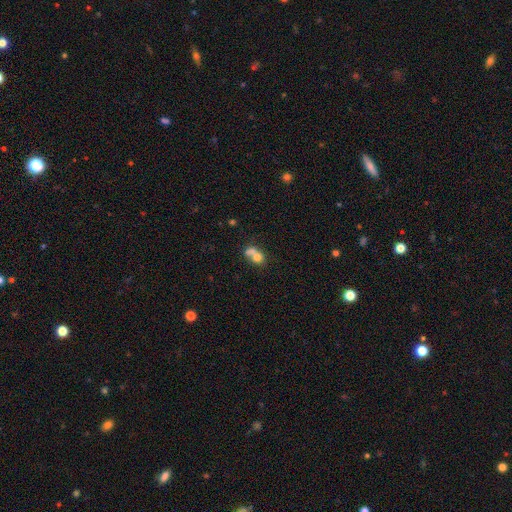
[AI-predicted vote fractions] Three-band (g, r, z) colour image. It shows a smooth galaxy with no disk features (70%) that is round (60%). Merging: merger (63%).